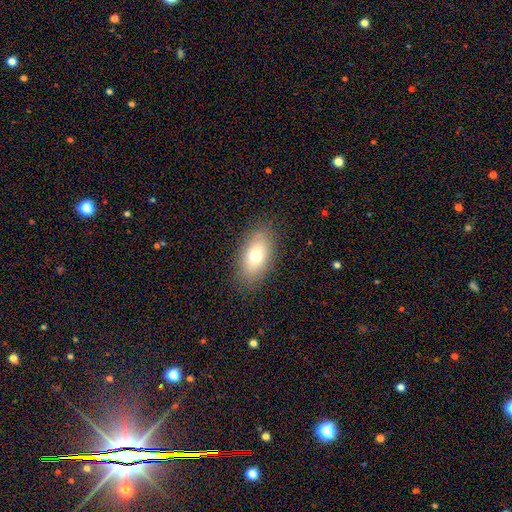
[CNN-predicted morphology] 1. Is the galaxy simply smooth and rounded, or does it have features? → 71% smooth, 19% featured or disk, 10% star or artifact.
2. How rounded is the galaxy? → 89% in between, 8% round, 3% cigar-shaped.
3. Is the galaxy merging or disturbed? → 85% none, 10% minor disturbance, 4% major disturbance, 1% merger.